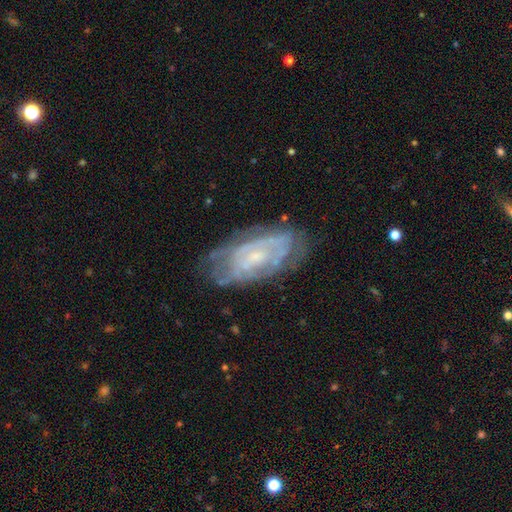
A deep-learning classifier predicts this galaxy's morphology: type=featured or disk (75%); edge-on=no (92%); bar=no (64%); spiral arms=yes (71%); bulge=small (60%); merging=none (67%).